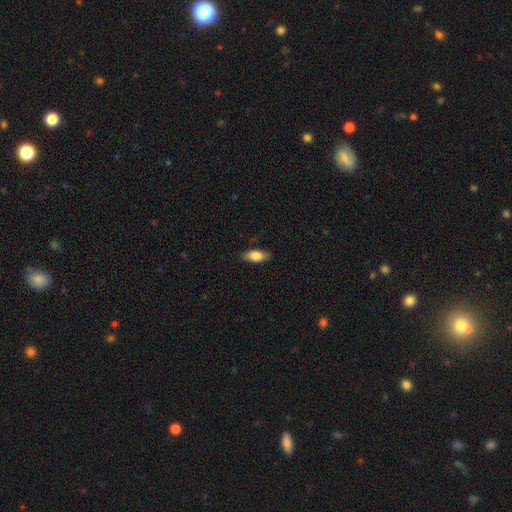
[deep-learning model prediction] This is clearly a smooth galaxy (82%). How rounded: clearly in between (80%). Merging: clearly none (84%).